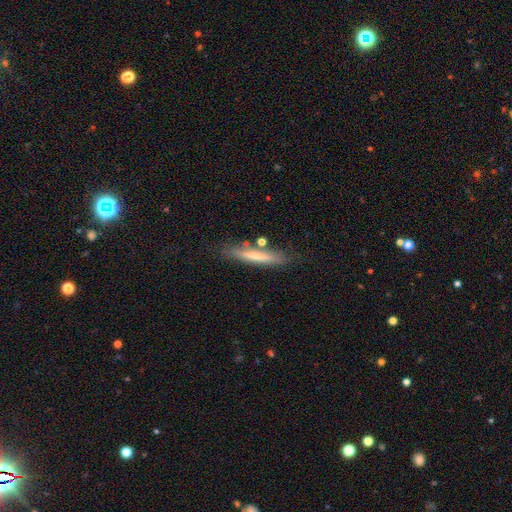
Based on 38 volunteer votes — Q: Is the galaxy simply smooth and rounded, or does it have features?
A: smooth — 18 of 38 (47%, tied with featured or disk).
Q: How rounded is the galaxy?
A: cigar-shaped — 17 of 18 (94%).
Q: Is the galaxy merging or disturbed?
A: none — 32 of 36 (89%).